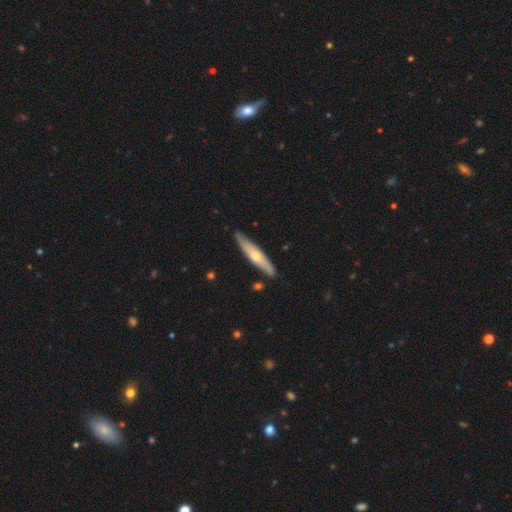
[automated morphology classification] Smooth or featured?
  - featured or disk: 49% *
  - smooth: 46%
  - star or artifact: 5%
Merging?
  - none: 87% *
  - minor disturbance: 9%
  - merger: 2%
  - major disturbance: 2%